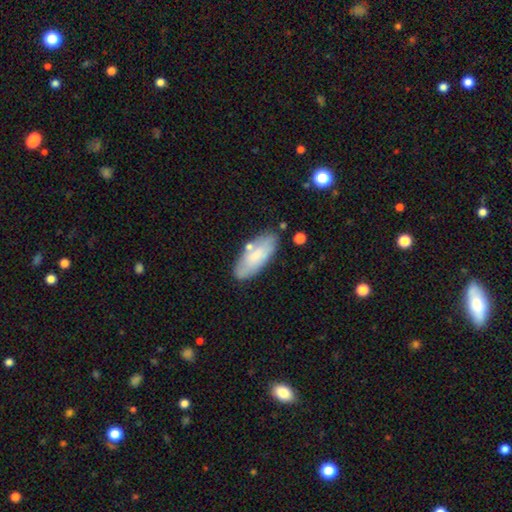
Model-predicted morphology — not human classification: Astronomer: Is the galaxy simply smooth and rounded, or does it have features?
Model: smooth — 70%.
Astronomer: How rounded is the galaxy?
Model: in between — 81%.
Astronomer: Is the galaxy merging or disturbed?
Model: none — 75%.